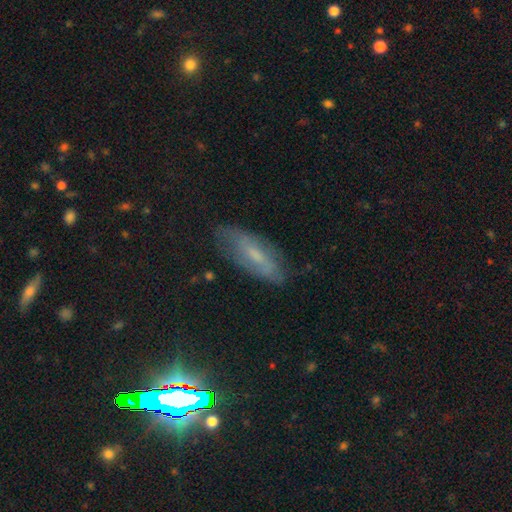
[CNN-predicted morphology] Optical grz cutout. It shows a featured or disk galaxy (45%). Merging: none (72%).